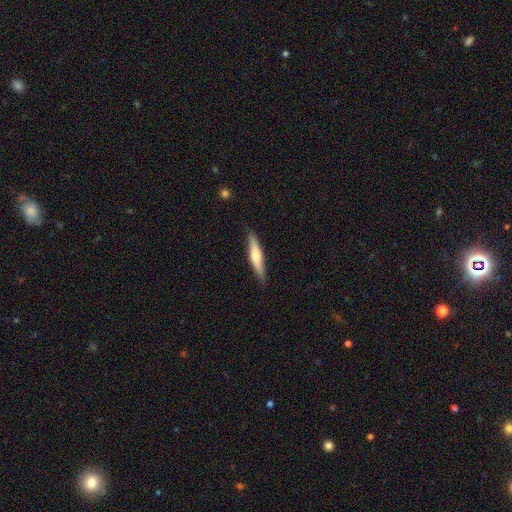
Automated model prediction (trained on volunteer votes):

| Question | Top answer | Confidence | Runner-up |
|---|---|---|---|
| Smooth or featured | smooth | 58% | featured or disk (36%) |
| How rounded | cigar-shaped | 84% | in between (14%) |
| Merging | none | 85% | minor disturbance (12%) |